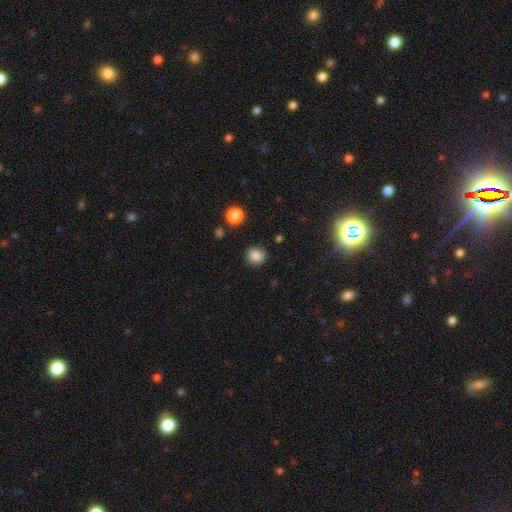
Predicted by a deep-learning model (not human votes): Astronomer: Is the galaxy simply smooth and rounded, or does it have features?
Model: smooth — 84%.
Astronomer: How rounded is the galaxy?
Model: round — 79%.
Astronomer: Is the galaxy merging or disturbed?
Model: none — 81%.